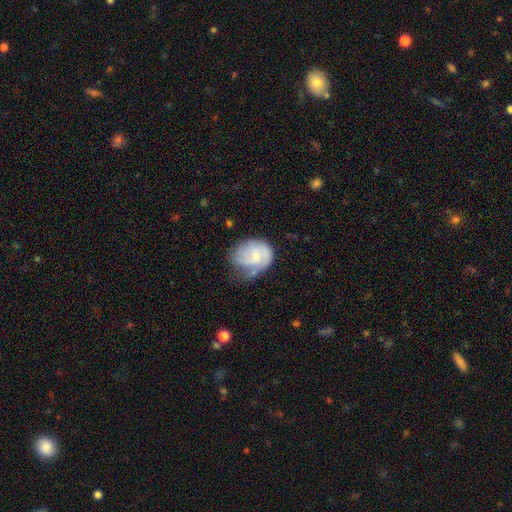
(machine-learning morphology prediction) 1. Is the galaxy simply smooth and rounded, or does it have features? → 58% featured or disk, 35% smooth, 7% star or artifact.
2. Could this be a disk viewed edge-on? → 98% no, 2% yes.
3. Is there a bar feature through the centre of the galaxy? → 62% no, 33% weak, 4% strong.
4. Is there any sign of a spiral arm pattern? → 79% yes, 21% no.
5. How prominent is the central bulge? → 57% small, 33% moderate, 7% none, 2% large, 1% dominant.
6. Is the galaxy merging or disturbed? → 38% none, 35% minor disturbance, 24% major disturbance, 3% merger.